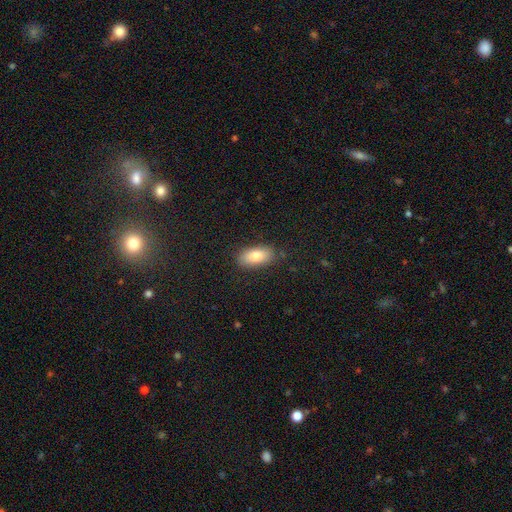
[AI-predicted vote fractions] A smooth galaxy with no disk features (81%) that is in between round and cigar-shaped (90%). Merging: none (85%).